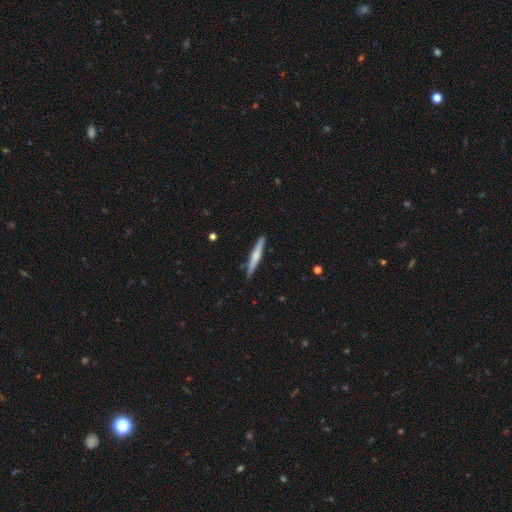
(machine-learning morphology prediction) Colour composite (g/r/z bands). It shows a smooth galaxy with no disk features (49%). Merging: none (88%).